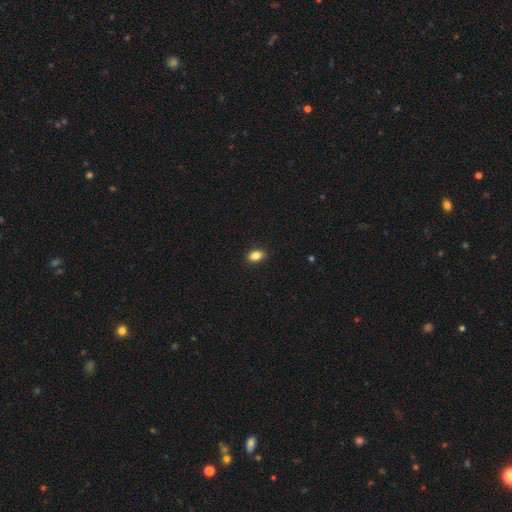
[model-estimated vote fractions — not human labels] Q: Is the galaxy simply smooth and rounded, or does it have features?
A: smooth — 84%.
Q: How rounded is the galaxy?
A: in between — 81%.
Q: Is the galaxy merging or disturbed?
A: none — 89%.